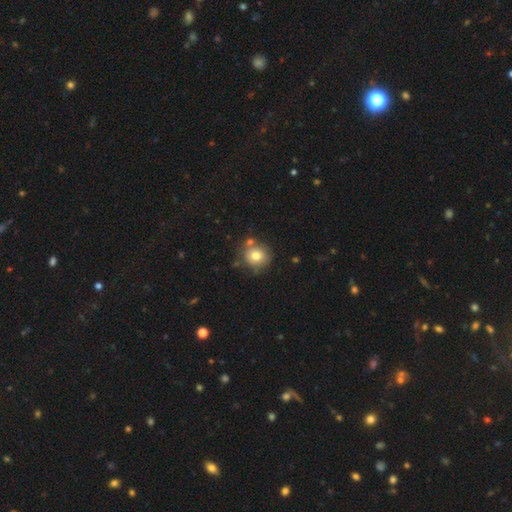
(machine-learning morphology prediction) This appears to be a smooth galaxy with no disk features (78%) that is round (87%). Merging: none (71%).